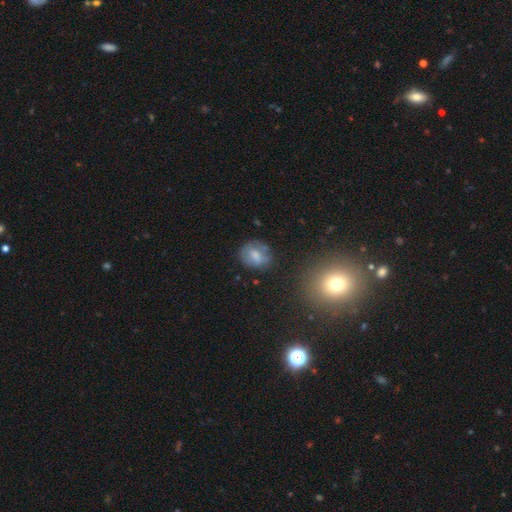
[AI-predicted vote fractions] Smooth or featured? Predicted: smooth (p=0.64). How rounded? Predicted: round (p=0.59). Merging? Predicted: none (p=0.66).